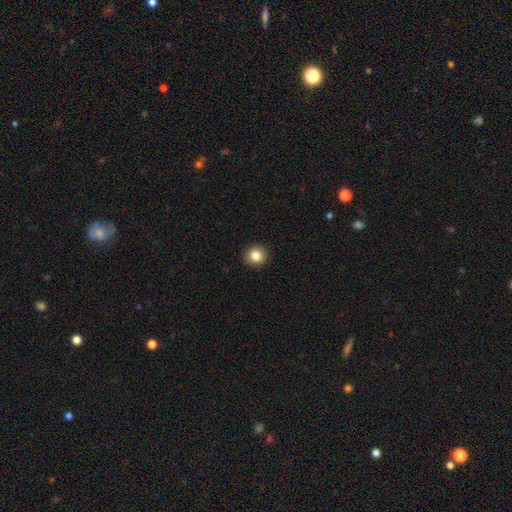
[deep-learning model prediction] smooth-or-featured: smooth: 84% | star or artifact: 10% | featured or disk: 6%
  how-rounded: round: 92% | in between: 7% | cigar-shaped: 1%
  merging: none: 93% | minor disturbance: 5% | major disturbance: 2% | merger: 1%